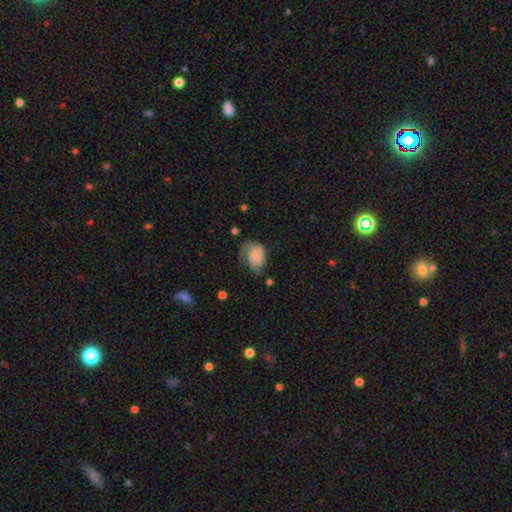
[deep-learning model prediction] A smooth galaxy with no disk features (62%) that is in between round and cigar-shaped (71%).

Vote fractions:
- Smooth or featured? smooth: 62% / featured or disk: 29% / star or artifact: 9%
- How rounded? in between: 71% / round: 28% / cigar-shaped: 1%
- Merging? none: 33% / major disturbance: 32% / minor disturbance: 32% / merger: 3%